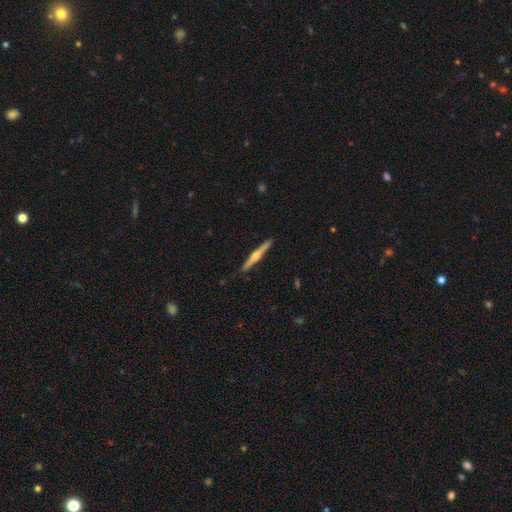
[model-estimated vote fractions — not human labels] Smooth or featured? featured or disk (69%)
Edge-on disk? yes (98%)
Edge-on bulge? rounded (89%)
Merging? none (90%)